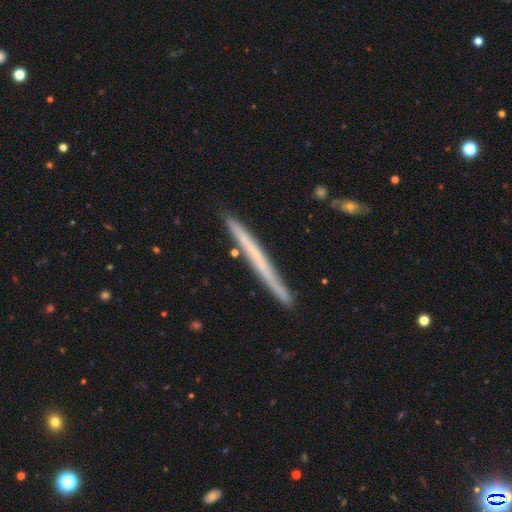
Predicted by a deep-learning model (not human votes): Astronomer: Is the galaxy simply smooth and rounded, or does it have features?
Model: featured or disk — 51% (runner-up: smooth, 43%).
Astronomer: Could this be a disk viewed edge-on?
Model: yes — 97%.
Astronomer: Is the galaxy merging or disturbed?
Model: none — 89%.